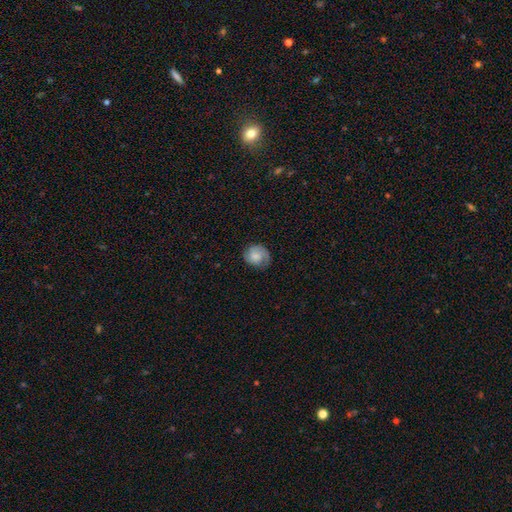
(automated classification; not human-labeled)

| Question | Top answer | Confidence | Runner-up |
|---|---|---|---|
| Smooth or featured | smooth | 56% | featured or disk (36%) |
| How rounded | round | 67% | in between (32%) |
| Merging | none | 68% | minor disturbance (23%) |